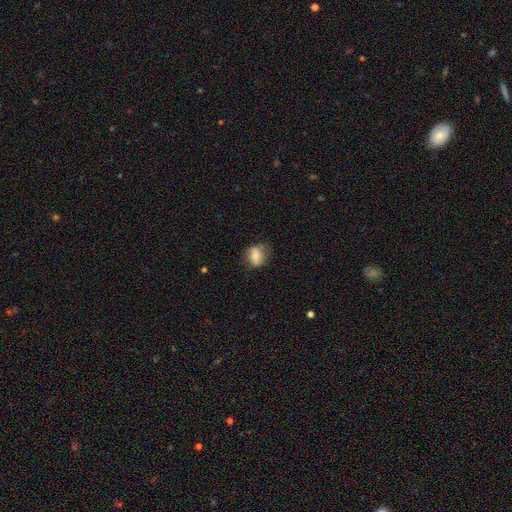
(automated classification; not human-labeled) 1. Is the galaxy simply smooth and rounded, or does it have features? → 63% smooth, 28% featured or disk, 8% star or artifact.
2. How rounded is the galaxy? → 54% in between, 44% round, 3% cigar-shaped.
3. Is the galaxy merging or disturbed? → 69% none, 22% minor disturbance, 7% major disturbance, 2% merger.